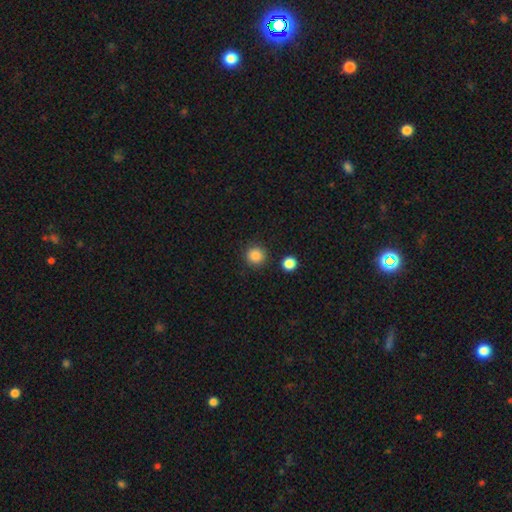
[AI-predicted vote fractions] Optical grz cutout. It shows a smooth galaxy with no disk features (86%) that is round (95%). Merging: none (90%).